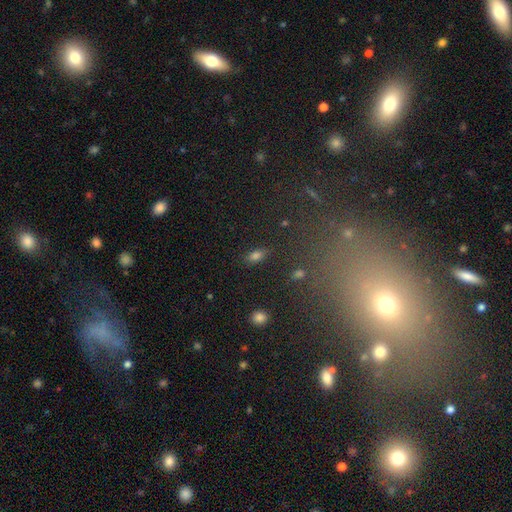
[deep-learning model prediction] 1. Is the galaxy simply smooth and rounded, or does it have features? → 79% smooth, 12% star or artifact, 9% featured or disk.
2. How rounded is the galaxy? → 86% in between, 8% cigar-shaped, 7% round.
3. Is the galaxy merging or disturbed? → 83% none, 11% minor disturbance, 3% major disturbance, 2% merger.